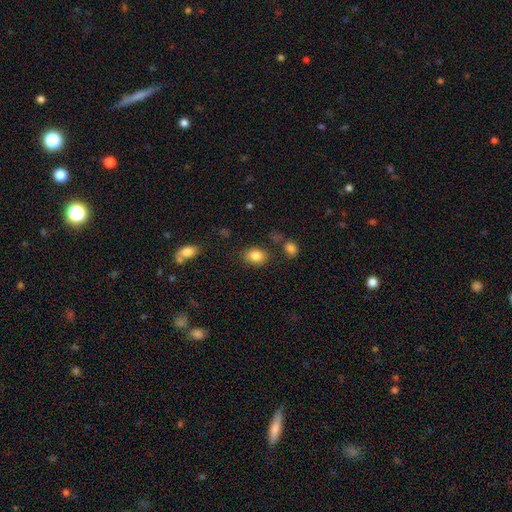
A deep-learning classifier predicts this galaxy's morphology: Smooth or featured?
  - smooth: 85% *
  - star or artifact: 9%
  - featured or disk: 6%
How rounded?
  - in between: 68% *
  - round: 31%
  - cigar-shaped: 1%
Merging?
  - none: 78% *
  - minor disturbance: 13%
  - merger: 4%
  - major disturbance: 4%